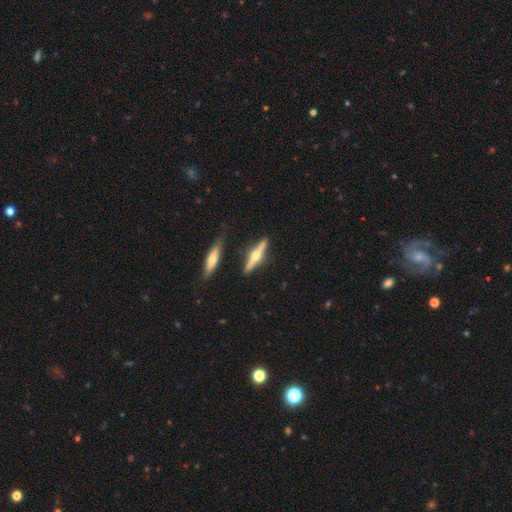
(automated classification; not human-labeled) Smooth or featured? Predicted: featured or disk (p=0.72). Edge-on disk? Predicted: yes (p=0.97). Edge-on bulge? Predicted: rounded (p=0.95). Merging? Predicted: none (p=0.83).